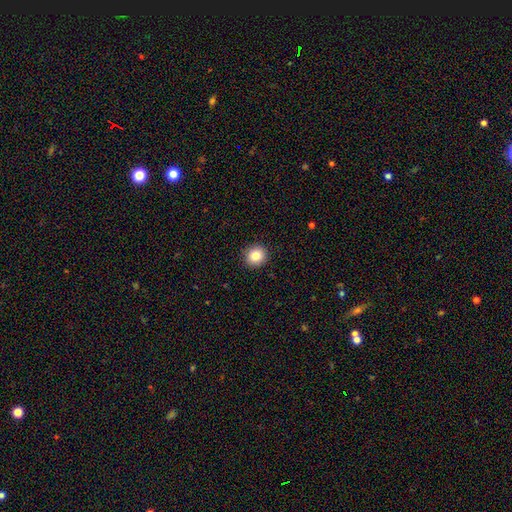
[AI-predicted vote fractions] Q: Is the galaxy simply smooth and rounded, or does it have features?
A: smooth — 84%.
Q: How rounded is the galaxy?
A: round — 89%.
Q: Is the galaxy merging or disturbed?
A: none — 92%.